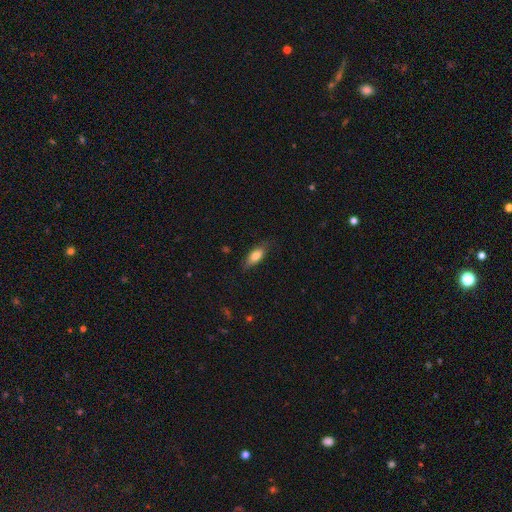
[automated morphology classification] A smooth galaxy with no disk features (74%) that is in between round and cigar-shaped (72%).

Vote fractions:
- Smooth or featured? smooth: 74% / featured or disk: 19% / star or artifact: 7%
- How rounded? in between: 72% / cigar-shaped: 25% / round: 3%
- Merging? none: 75% / minor disturbance: 20% / major disturbance: 4% / merger: 1%